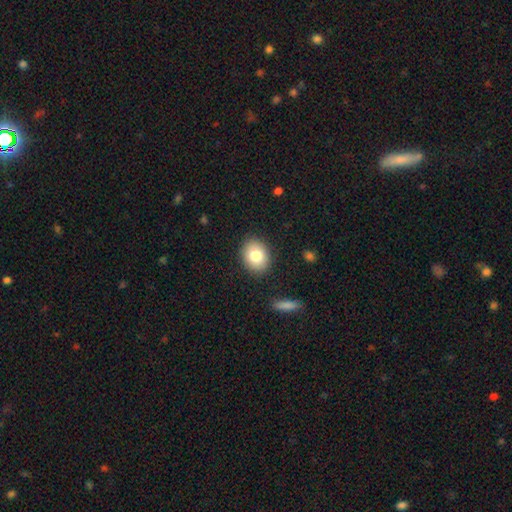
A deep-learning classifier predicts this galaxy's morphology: smooth-or-featured: smooth: 81% | featured or disk: 11% | star or artifact: 8%
  how-rounded: round: 50% | in between: 49% | cigar-shaped: 1%
  merging: none: 88% | minor disturbance: 8% | major disturbance: 2% | merger: 1%